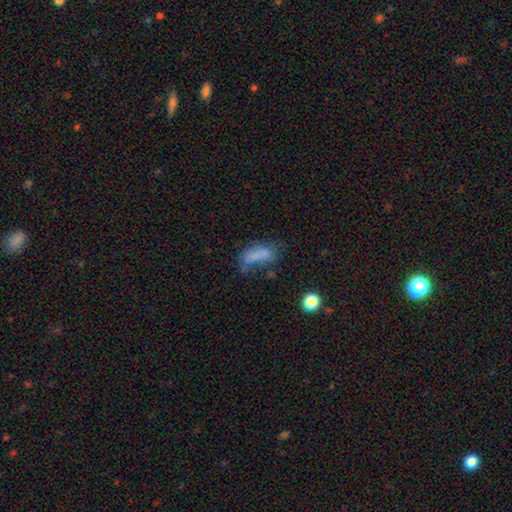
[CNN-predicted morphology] Q: Smooth or featured?
A: smooth (60%); runner-up: featured or disk (23%)
Q: How rounded?
A: in between (77%); runner-up: cigar-shaped (17%)
Q: Merging?
A: major disturbance (34%); runner-up: none (30%)